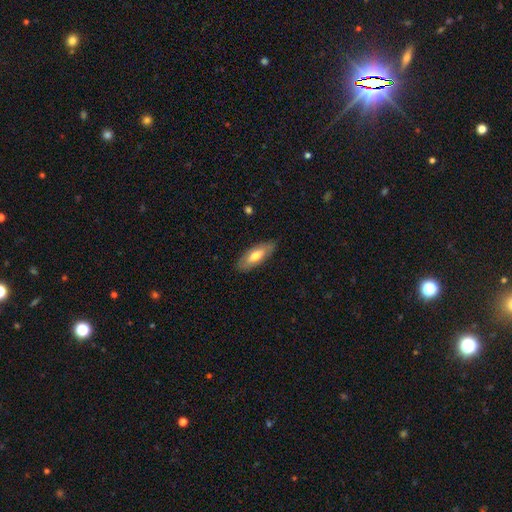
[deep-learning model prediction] Smooth or featured: smooth — 63% (featured or disk — 31%)
How rounded: in between — 71% (cigar-shaped — 27%)
Merging: none — 85% (minor disturbance — 12%)